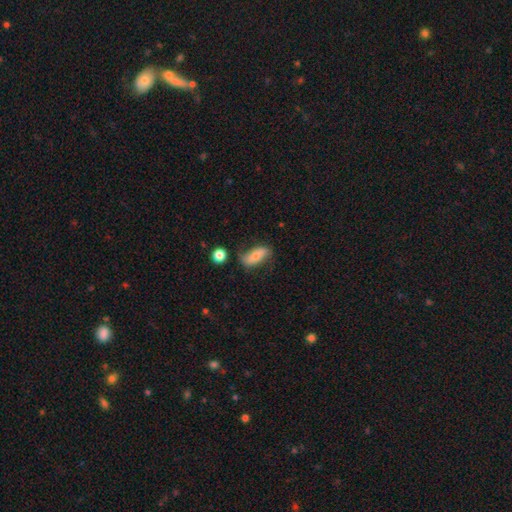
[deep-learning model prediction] Overall: smooth (57%; featured or disk 35%). How rounded: in between (77%). Merging: none (61%; minor disturbance 25%).